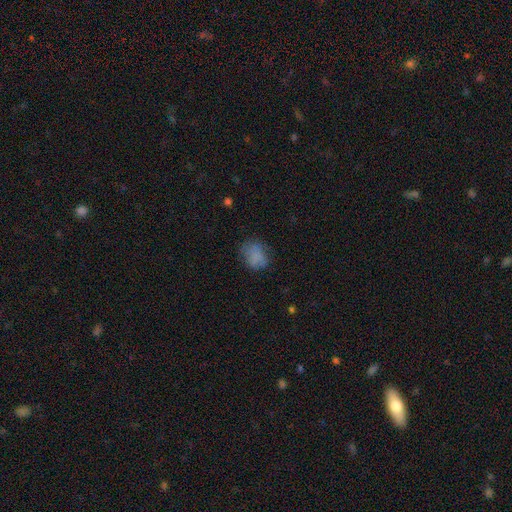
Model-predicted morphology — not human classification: The model was most divided on "how rounded" (2-way tie): round: 49%, in between: 49%, cigar-shaped: 1%. More confident: smooth or featured — smooth (77%); merging — none (60%).